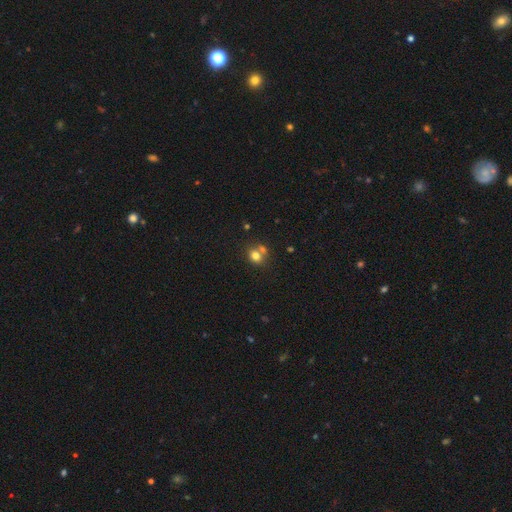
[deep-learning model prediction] This is likely a smooth galaxy (76%). How rounded: likely round (68%). Merging: possibly none (48%).